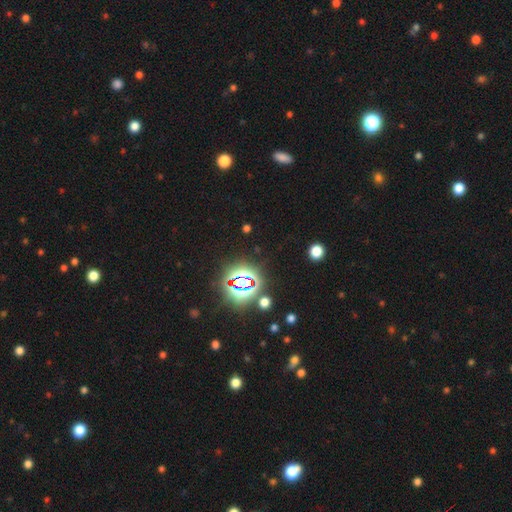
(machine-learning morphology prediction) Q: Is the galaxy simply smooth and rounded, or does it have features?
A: star or artifact — 84%.